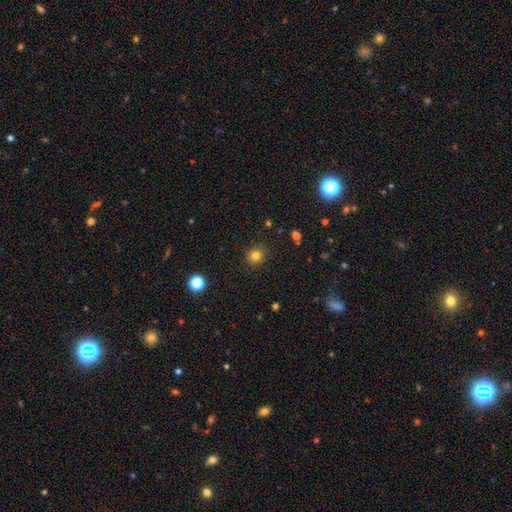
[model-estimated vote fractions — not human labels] Overall: smooth (80%). How rounded: round (80%). Merging: none (90%).